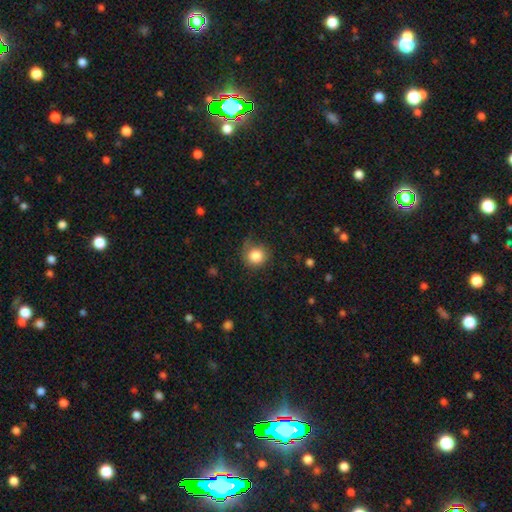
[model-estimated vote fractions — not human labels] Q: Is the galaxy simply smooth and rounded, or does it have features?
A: smooth — 84%.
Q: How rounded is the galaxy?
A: round — 89%.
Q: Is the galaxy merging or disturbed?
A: none — 66%.